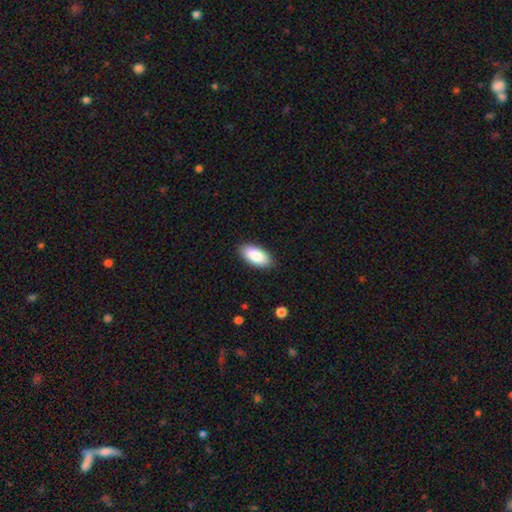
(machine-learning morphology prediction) Smooth or featured? smooth (87%)
How rounded? in between (92%)
Merging? none (88%)